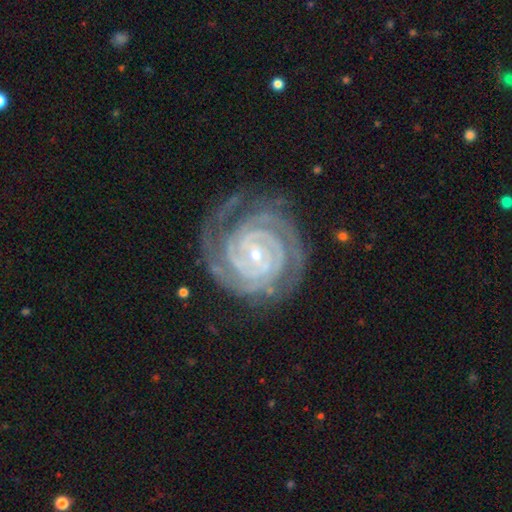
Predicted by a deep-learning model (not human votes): This appears to be a featured or disk galaxy (93%) with no bar (50%), 2 (30%) tight (86%) spiral arms (99%) and a small central bulge (77%). Merging: none (77%).